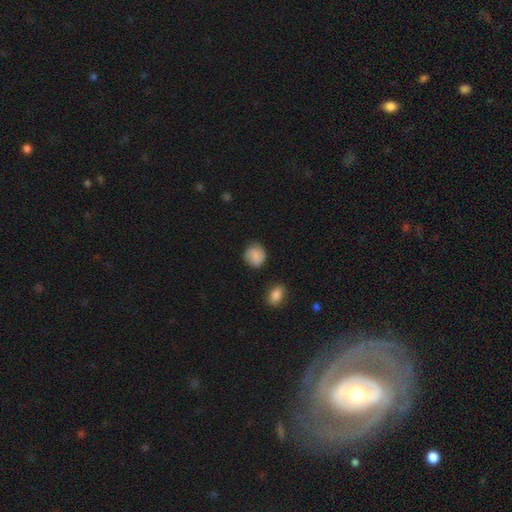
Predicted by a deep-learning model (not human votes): Smooth or featured? smooth (83%)
How rounded? round (77%)
Merging? none (78%)